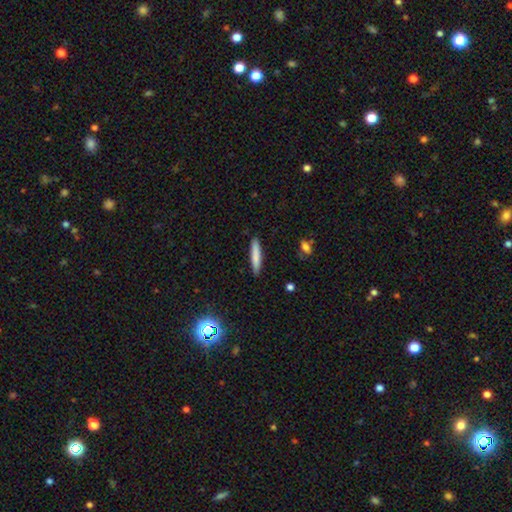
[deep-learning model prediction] smooth 79%, featured or disk 15%, star or artifact 6%. Down the decision tree: how rounded — cigar-shaped (91%); merging — none (89%).